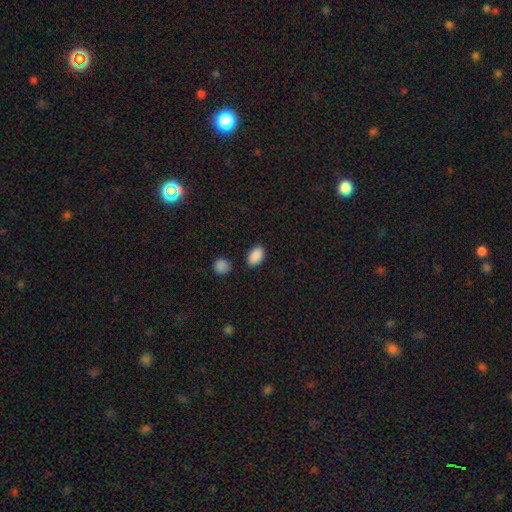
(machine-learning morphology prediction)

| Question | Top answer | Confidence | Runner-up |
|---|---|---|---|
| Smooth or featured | smooth | 89% | star or artifact (8%) |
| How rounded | in between | 90% | round (9%) |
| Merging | none | 80% | minor disturbance (13%) |